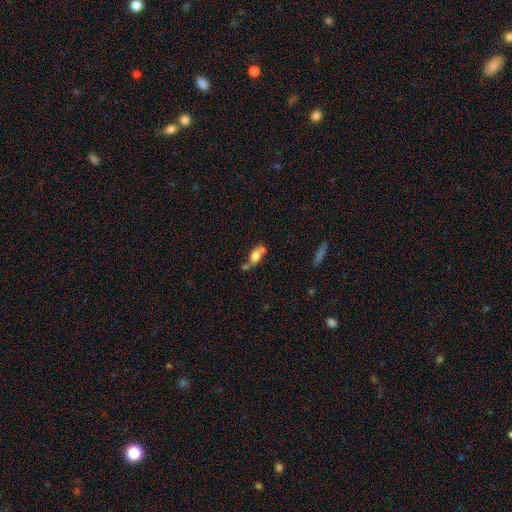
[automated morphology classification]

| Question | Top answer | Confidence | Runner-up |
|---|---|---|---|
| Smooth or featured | smooth | 60% | featured or disk (30%) |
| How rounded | in between | 73% | cigar-shaped (16%) |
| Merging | none | 41% | merger (31%) |